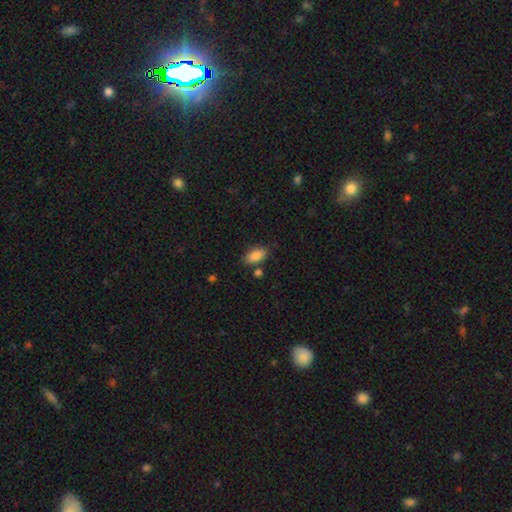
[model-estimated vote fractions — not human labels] Smooth or featured? Predicted: smooth (p=0.85). How rounded? Predicted: in between (p=0.89). Merging? Predicted: none (p=0.76).